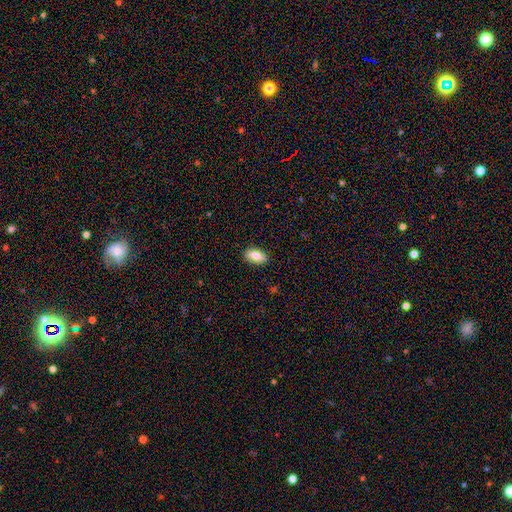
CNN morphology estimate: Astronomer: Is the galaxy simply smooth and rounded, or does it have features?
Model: smooth — 79%.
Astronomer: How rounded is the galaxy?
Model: in between — 89%.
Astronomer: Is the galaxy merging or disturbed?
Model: none — 88%.